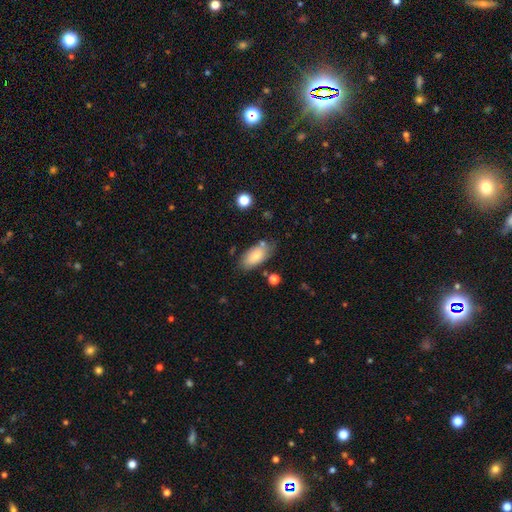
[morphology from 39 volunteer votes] smooth 90%, featured or disk 5%, star or artifact 5%. Down the decision tree: how rounded — in between (97%); merging — none (78%).